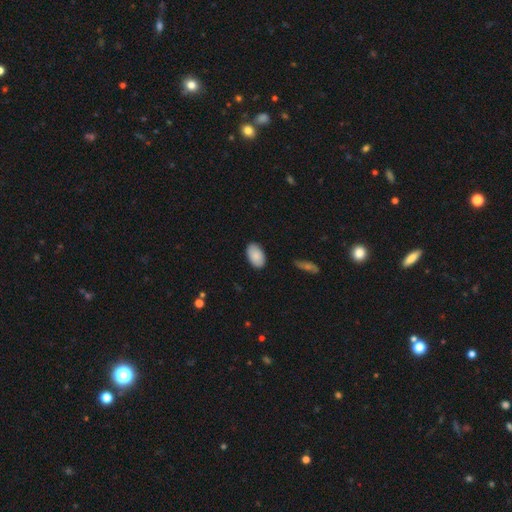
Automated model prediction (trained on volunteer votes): Smooth or featured: smooth — 89% (star or artifact — 6%)
How rounded: in between — 95% (round — 4%)
Merging: none — 88% (minor disturbance — 9%)